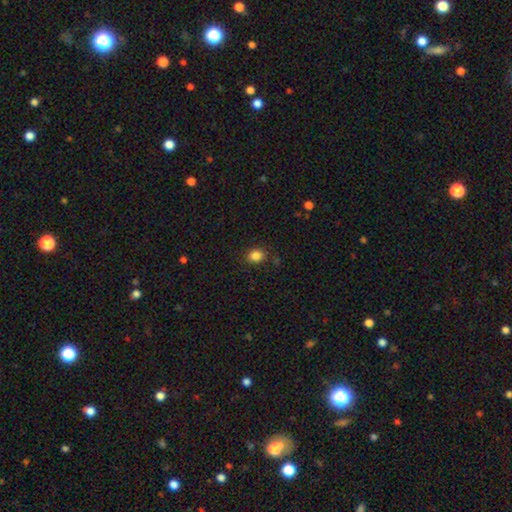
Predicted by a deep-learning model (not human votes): Smooth or featured?
  - smooth: 85% *
  - star or artifact: 11%
  - featured or disk: 4%
How rounded?
  - round: 54% *
  - in between: 45%
  - cigar-shaped: 1%
Merging?
  - none: 84% *
  - minor disturbance: 11%
  - major disturbance: 3%
  - merger: 2%